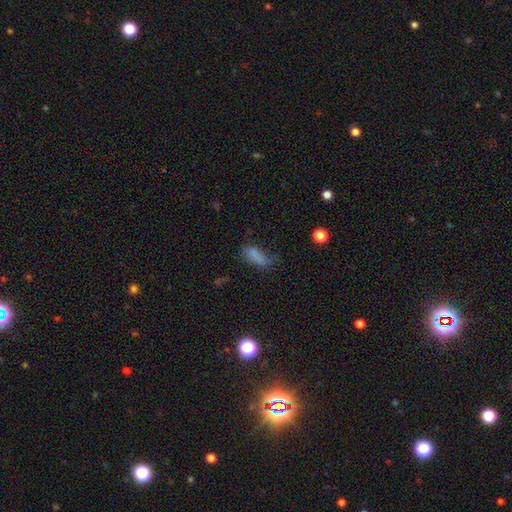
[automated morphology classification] Smooth or featured?
  - smooth: 76% *
  - star or artifact: 13%
  - featured or disk: 11%
How rounded?
  - in between: 78% *
  - cigar-shaped: 18%
  - round: 4%
Merging?
  - none: 40% *
  - minor disturbance: 33%
  - major disturbance: 22%
  - merger: 4%